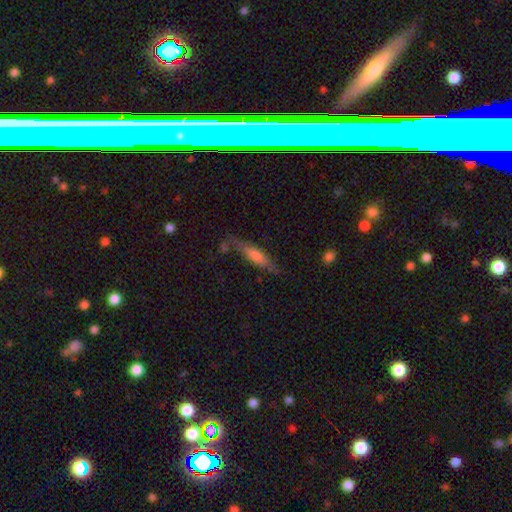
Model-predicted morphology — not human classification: smooth-or-featured: smooth: 58% | featured or disk: 36% | star or artifact: 7%
  how-rounded: cigar-shaped: 75% | in between: 23% | round: 2%
  merging: none: 66% | minor disturbance: 22% | major disturbance: 7% | merger: 6%